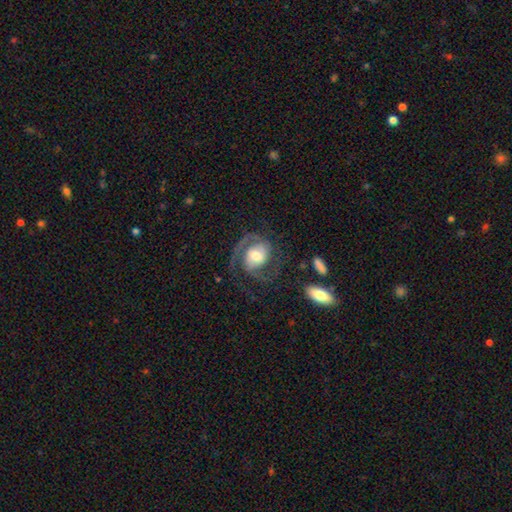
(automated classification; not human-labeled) A featured or disk galaxy (83%) with no bar (50%), 2 (72%) medium (50%) spiral arms (95%) and a moderate central bulge (55%).

Vote fractions:
- Smooth or featured? featured or disk: 83% / smooth: 12% / star or artifact: 5%
- Edge-on disk? no: 98% / yes: 2%
- Bar? no: 50% / weak: 37% / strong: 12%
- Spiral arms? yes: 95% / no: 5%
- Spiral winding? medium: 50% / tight: 31% / loose: 19%
- Spiral arm count? 2: 72% / 1: 11% / 3: 7% / can't tell: 6% / 4: 2% / more than 4: 2%
- Bulge size? moderate: 55% / large: 25% / small: 15% / dominant: 3% / none: 2%
- Merging? none: 60% / major disturbance: 22% / minor disturbance: 16% / merger: 2%